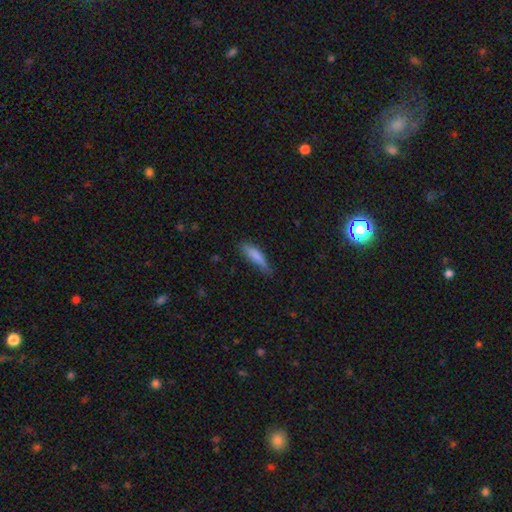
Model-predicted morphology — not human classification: Smooth or featured?
  - smooth: 82% *
  - featured or disk: 12%
  - star or artifact: 6%
How rounded?
  - cigar-shaped: 70% *
  - in between: 29%
  - round: 2%
Merging?
  - none: 62% *
  - minor disturbance: 30%
  - major disturbance: 6%
  - merger: 2%